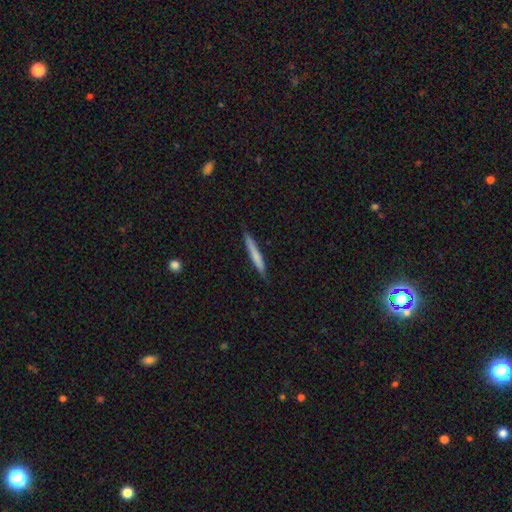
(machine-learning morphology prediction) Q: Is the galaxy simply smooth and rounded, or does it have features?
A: smooth — 66%.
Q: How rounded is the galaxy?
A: cigar-shaped — 95%.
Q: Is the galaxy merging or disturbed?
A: none — 84%.